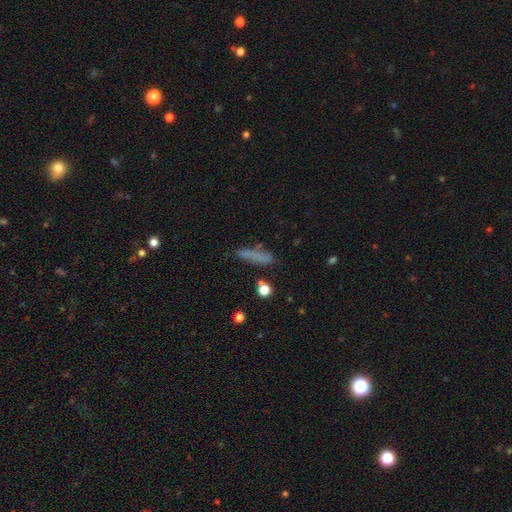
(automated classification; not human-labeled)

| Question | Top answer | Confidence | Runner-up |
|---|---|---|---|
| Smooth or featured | smooth | 70% | featured or disk (16%) |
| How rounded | cigar-shaped | 77% | in between (20%) |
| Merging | none | 71% | minor disturbance (18%) |